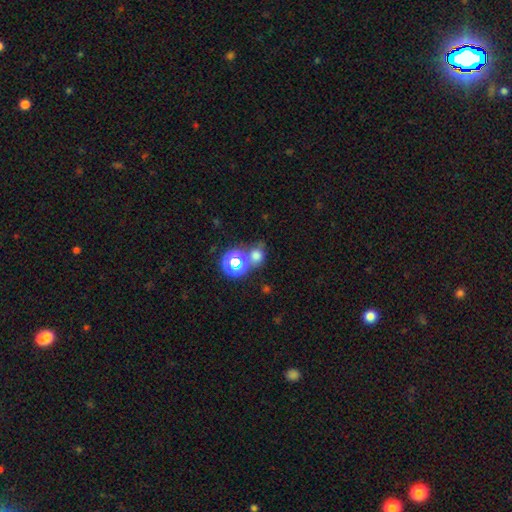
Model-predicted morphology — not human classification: smooth 67%, star or artifact 26%, featured or disk 8%. Down the decision tree: how rounded — round (76%); merging — none (60%).